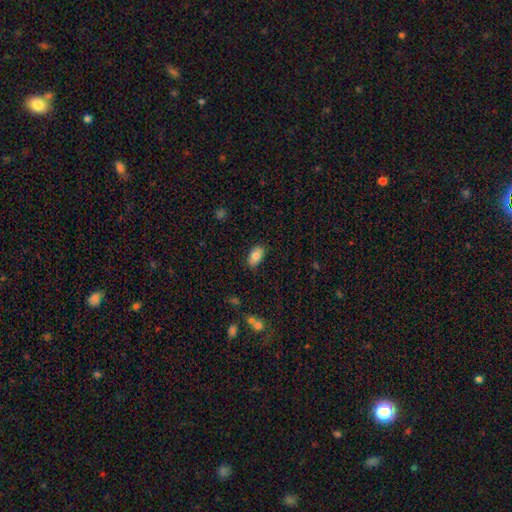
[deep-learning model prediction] Q: Smooth or featured?
A: smooth (80%); runner-up: featured or disk (12%)
Q: How rounded?
A: in between (92%); runner-up: round (6%)
Q: Merging?
A: none (83%); runner-up: minor disturbance (14%)